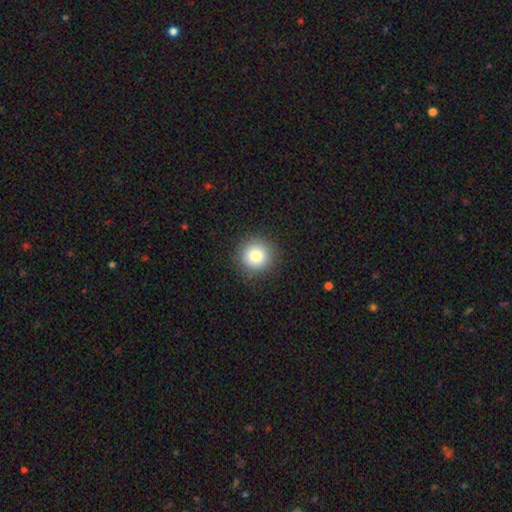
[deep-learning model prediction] This is clearly a smooth galaxy (82%). How rounded: clearly round (94%). Merging: clearly none (90%).